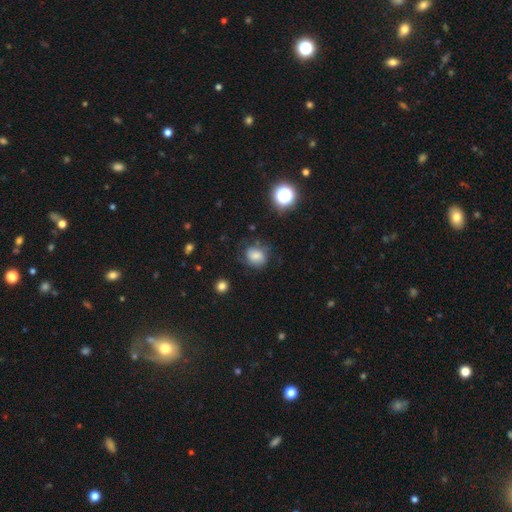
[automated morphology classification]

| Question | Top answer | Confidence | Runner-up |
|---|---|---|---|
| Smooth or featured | smooth | 64% | featured or disk (22%) |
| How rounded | round | 53% | in between (46%) |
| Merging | none | 60% | minor disturbance (26%) |